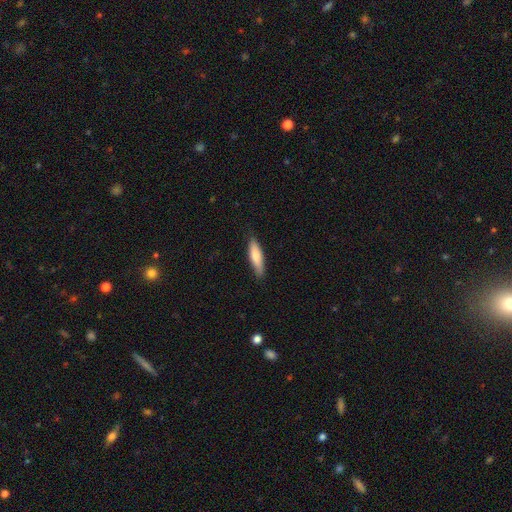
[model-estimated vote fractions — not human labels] Smooth or featured? smooth (78%)
How rounded? cigar-shaped (65%)
Merging? none (83%)